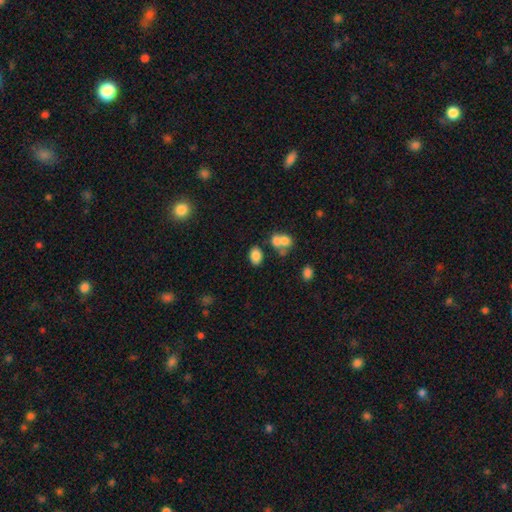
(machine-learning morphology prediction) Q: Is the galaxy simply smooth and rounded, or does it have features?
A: smooth — 82%.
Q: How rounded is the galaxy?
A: in between — 80%.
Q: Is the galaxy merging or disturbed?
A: none — 66%.